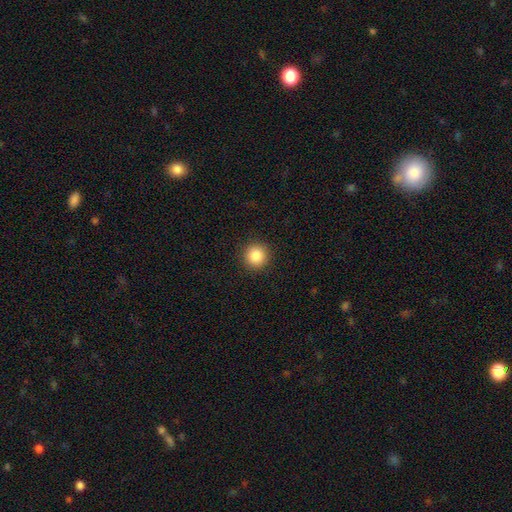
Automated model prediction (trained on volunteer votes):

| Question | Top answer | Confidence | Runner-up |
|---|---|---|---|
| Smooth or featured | smooth | 86% | star or artifact (10%) |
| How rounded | round | 95% | in between (4%) |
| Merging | none | 92% | minor disturbance (5%) |